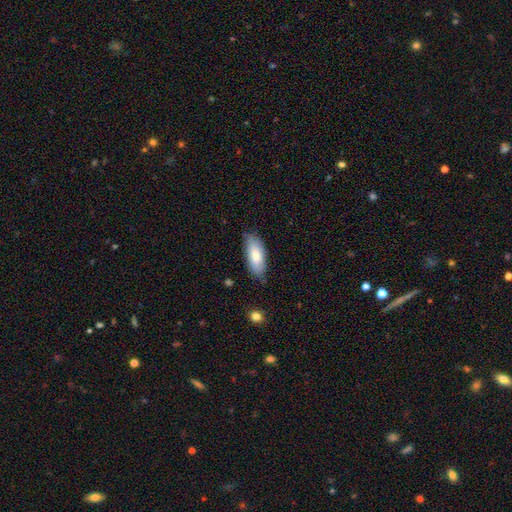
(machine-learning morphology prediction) A smooth galaxy with no disk features (79%) that is in between round and cigar-shaped (81%).

Vote fractions:
- Smooth or featured? smooth: 79% / featured or disk: 16% / star or artifact: 6%
- How rounded? in between: 81% / cigar-shaped: 18% / round: 2%
- Merging? none: 78% / minor disturbance: 17% / major disturbance: 3% / merger: 2%